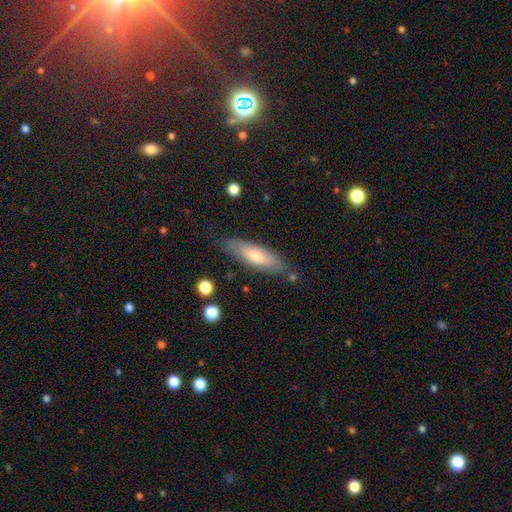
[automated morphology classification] A smooth galaxy with no disk features (58%) that is cigar-shaped (57%).

Vote fractions:
- Smooth or featured? smooth: 58% / featured or disk: 36% / star or artifact: 7%
- How rounded? cigar-shaped: 57% / in between: 42% / round: 2%
- Merging? none: 78% / minor disturbance: 16% / major disturbance: 3% / merger: 3%